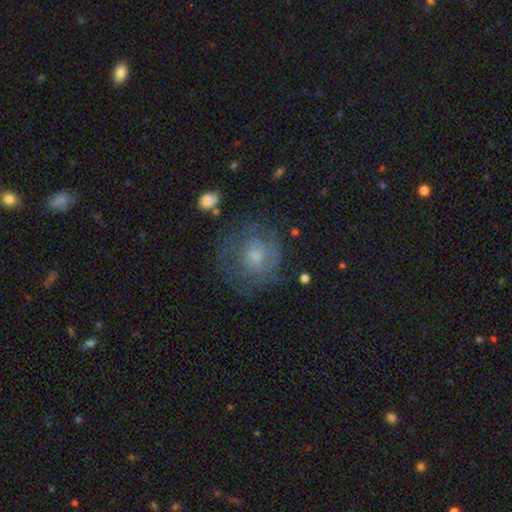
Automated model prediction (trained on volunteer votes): featured or disk 53%, smooth 35%, star or artifact 12%. Down the decision tree: edge-on disk — no (97%); bar — no (80%); spiral arms — yes (69%); bulge size — small (47%); merging — none (67%).